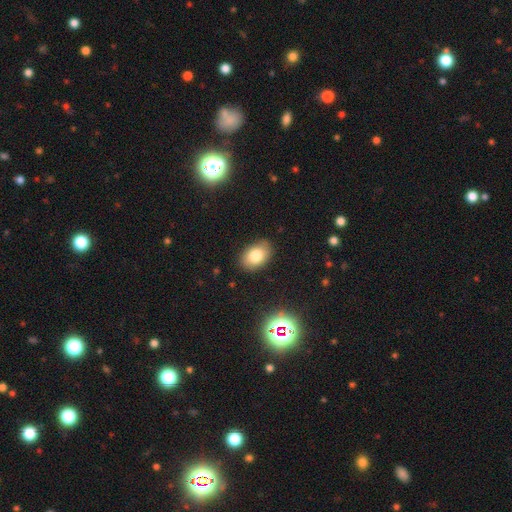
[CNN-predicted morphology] Smooth or featured? smooth (79%)
How rounded? in between (84%)
Merging? none (86%)